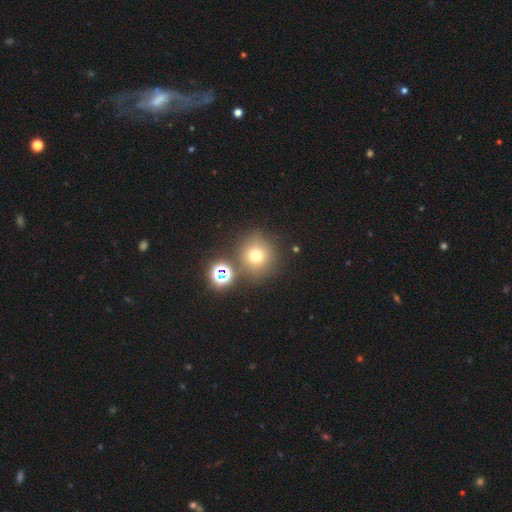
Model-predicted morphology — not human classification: Smooth or featured?
  - smooth: 68% *
  - star or artifact: 22%
  - featured or disk: 10%
How rounded?
  - round: 92% *
  - in between: 7%
  - cigar-shaped: 1%
Merging?
  - none: 75% *
  - merger: 12%
  - minor disturbance: 9%
  - major disturbance: 4%